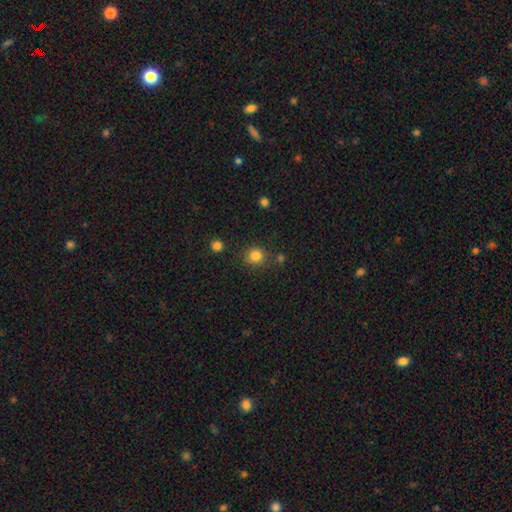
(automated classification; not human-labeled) smooth_or_featured: smooth (p=0.83) [alt: star or artifact p=0.12]
how_rounded: round (p=0.87) [alt: in between p=0.13]
merging: none (p=0.82) [alt: minor disturbance p=0.10]